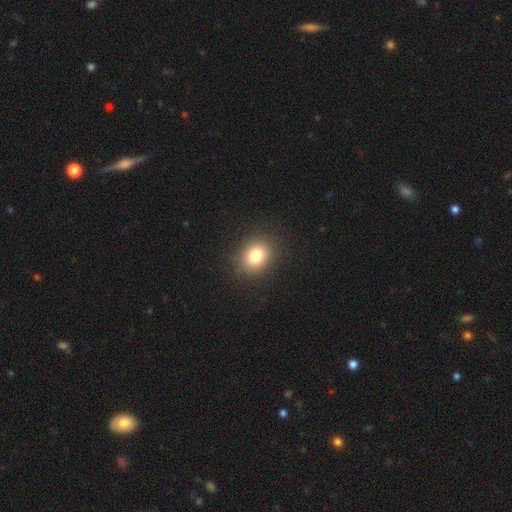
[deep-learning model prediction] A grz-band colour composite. It shows a smooth galaxy with no disk features (80%) that is round (59%). Merging: none (88%).